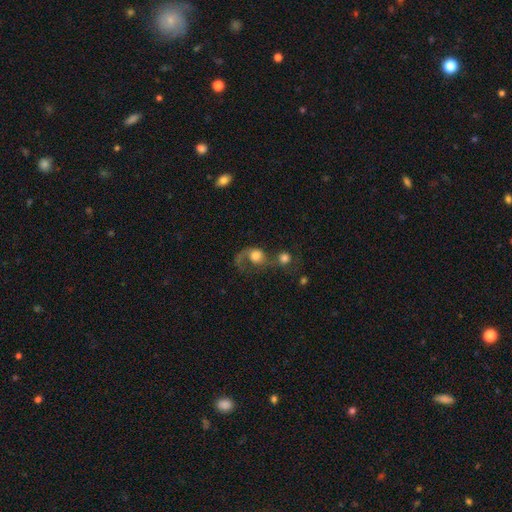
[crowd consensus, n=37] Volunteers were most divided on "smooth or featured": smooth: 49%, featured or disk: 43%, star or artifact: 8%. More confident: how rounded — round (78%); merging — merger (50%).